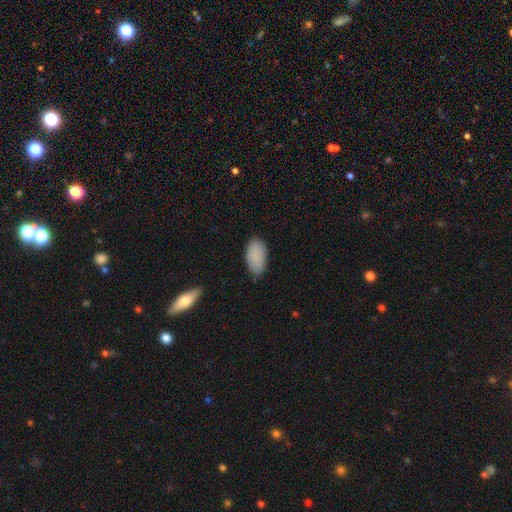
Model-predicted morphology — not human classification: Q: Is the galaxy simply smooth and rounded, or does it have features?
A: smooth — 89%.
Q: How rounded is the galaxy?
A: in between — 95%.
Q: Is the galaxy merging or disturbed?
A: none — 78%.